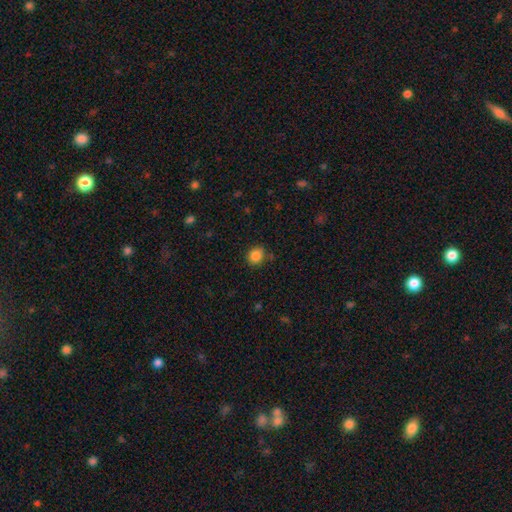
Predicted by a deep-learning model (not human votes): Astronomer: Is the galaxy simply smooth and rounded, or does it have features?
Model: smooth — 85%.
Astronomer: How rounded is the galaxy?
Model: round — 80%.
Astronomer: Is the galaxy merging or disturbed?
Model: none — 81%.